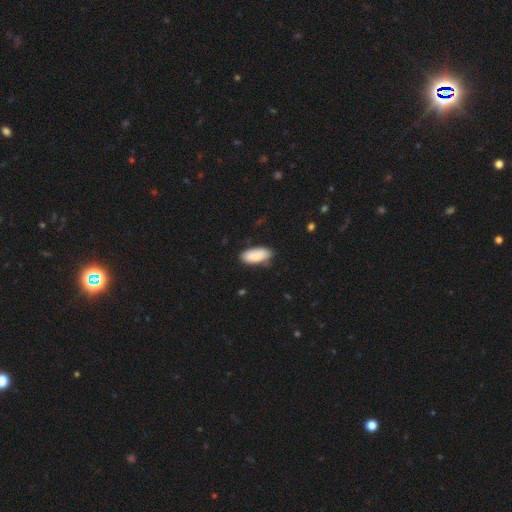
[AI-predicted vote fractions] This is clearly a smooth galaxy (87%). How rounded: clearly in between (89%). Merging: likely none (77%).